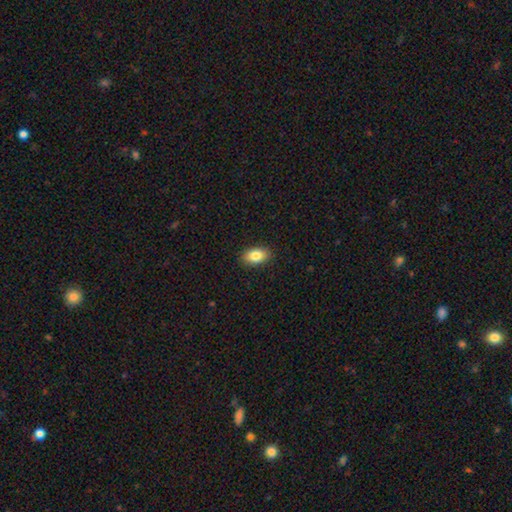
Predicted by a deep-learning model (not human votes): Morphology: type=smooth (84%); roundness=in between (90%); merging=none (89%).